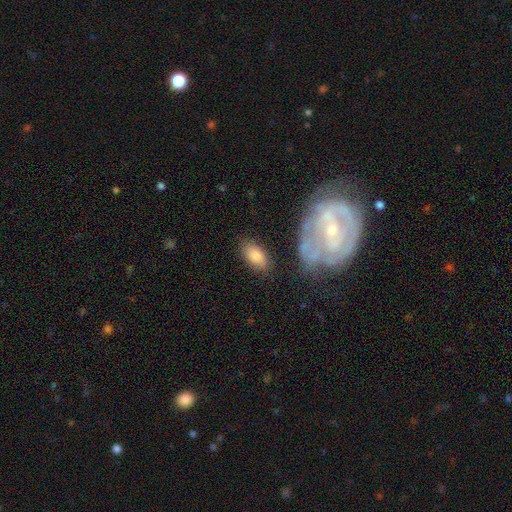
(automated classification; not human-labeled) This is clearly a smooth galaxy (84%). How rounded: clearly in between (93%). Merging: likely none (77%).